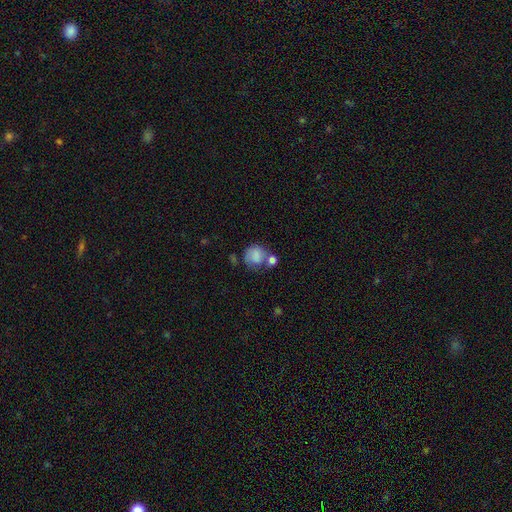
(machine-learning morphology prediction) Smooth or featured? Predicted: smooth (p=0.76). How rounded? Predicted: round (p=0.74). Merging? Predicted: none (p=0.40).